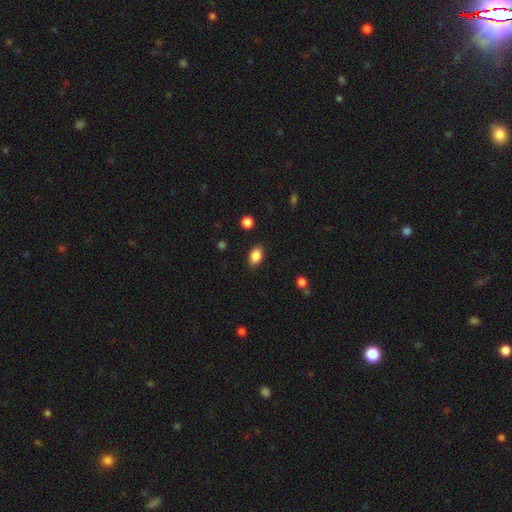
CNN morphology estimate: A smooth galaxy with no disk features (86%) that is in between round and cigar-shaped (86%).

Vote fractions:
- Smooth or featured? smooth: 86% / star or artifact: 9% / featured or disk: 5%
- How rounded? in between: 86% / round: 13% / cigar-shaped: 2%
- Merging? none: 86% / minor disturbance: 10% / major disturbance: 2% / merger: 1%